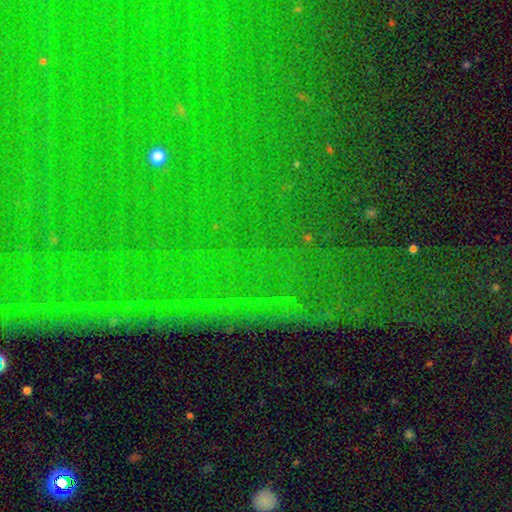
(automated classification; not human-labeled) Morphology: type=star or artifact (85%).